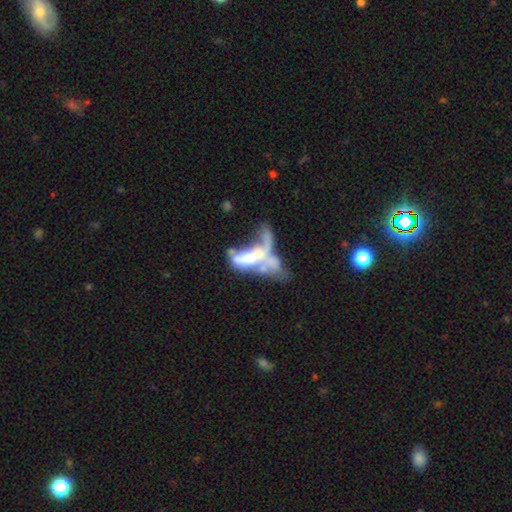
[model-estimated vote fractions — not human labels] The model was most divided on "bulge size": moderate: 37%, none: 28%, small: 18%, large: 13%, dominant: 3%. More confident: edge-on disk — no (89%); spiral arms — no (81%); bar — no (75%); smooth or featured — featured or disk (62%); merging — merger (54%).